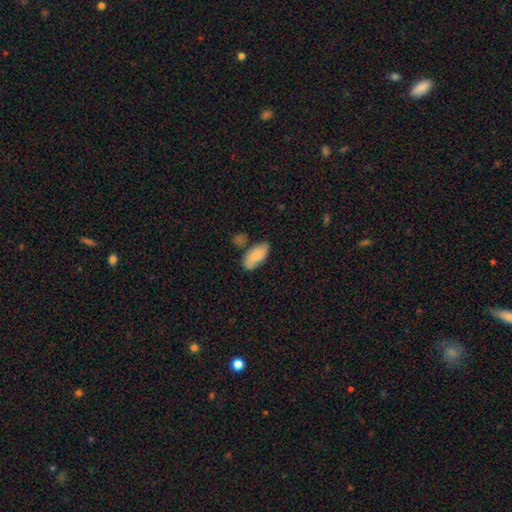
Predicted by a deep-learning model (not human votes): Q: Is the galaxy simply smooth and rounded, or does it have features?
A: smooth — 80%.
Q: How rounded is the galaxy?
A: in between — 90%.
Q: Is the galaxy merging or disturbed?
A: none — 67%.